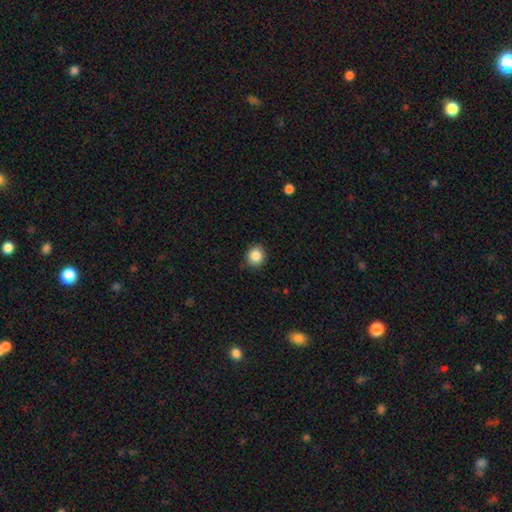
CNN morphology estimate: Smooth or featured? smooth (87%)
How rounded? round (79%)
Merging? none (87%)